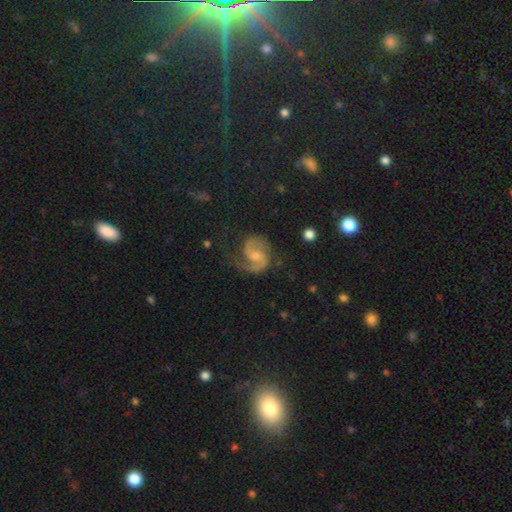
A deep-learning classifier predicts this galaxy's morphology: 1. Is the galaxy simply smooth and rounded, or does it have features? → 89% featured or disk, 6% smooth, 5% star or artifact.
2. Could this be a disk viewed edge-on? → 98% no, 2% yes.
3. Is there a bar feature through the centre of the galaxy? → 49% no, 42% weak, 8% strong.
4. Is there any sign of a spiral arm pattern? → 98% yes, 2% no.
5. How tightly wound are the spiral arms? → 60% medium, 21% tight, 19% loose.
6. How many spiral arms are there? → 90% 2, 5% 1, 2% can't tell, 1% 3, 1% 4, 1% more than 4.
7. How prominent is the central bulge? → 43% moderate, 33% small, 16% none, 6% large, 1% dominant.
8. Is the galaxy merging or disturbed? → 70% none, 18% minor disturbance, 11% major disturbance, 2% merger.